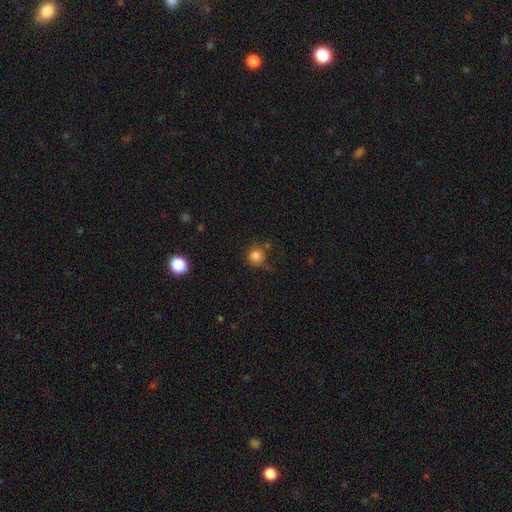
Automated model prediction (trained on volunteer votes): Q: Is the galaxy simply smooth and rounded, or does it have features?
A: smooth — 83%.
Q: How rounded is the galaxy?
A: round — 92%.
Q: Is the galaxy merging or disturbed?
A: none — 73%.